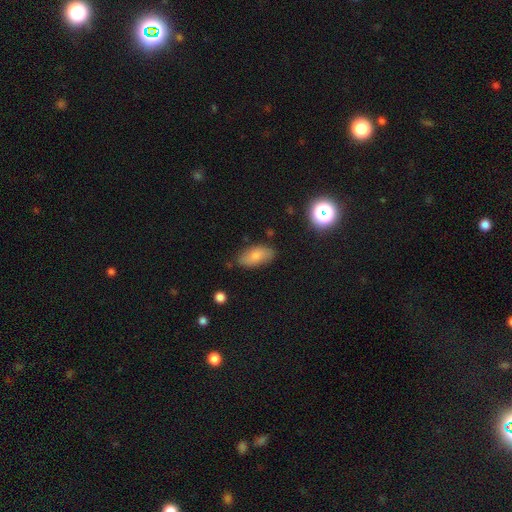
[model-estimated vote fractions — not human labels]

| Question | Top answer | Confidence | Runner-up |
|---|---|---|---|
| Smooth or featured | smooth | 76% | featured or disk (16%) |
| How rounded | in between | 91% | cigar-shaped (6%) |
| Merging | none | 77% | minor disturbance (17%) |